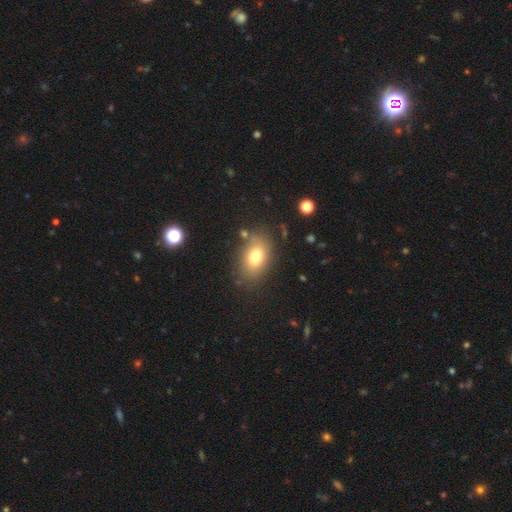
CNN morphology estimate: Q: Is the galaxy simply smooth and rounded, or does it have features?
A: smooth — 76%.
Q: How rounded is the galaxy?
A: in between — 83%.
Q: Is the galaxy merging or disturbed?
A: none — 77%.